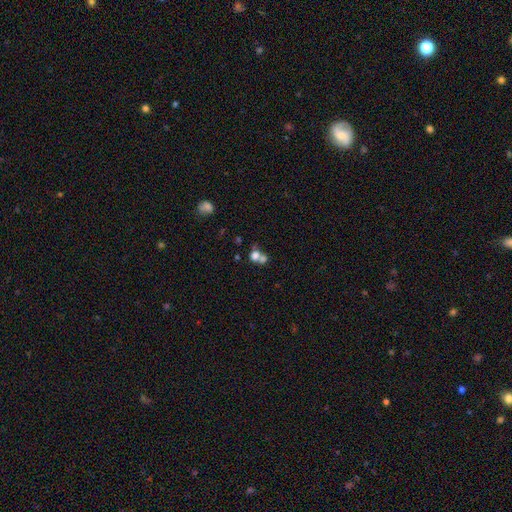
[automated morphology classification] Smooth or featured?
  - smooth: 70% *
  - featured or disk: 15%
  - star or artifact: 14%
How rounded?
  - round: 67% *
  - in between: 31%
  - cigar-shaped: 1%
Merging?
  - merger: 55% *
  - none: 32%
  - minor disturbance: 7%
  - major disturbance: 6%